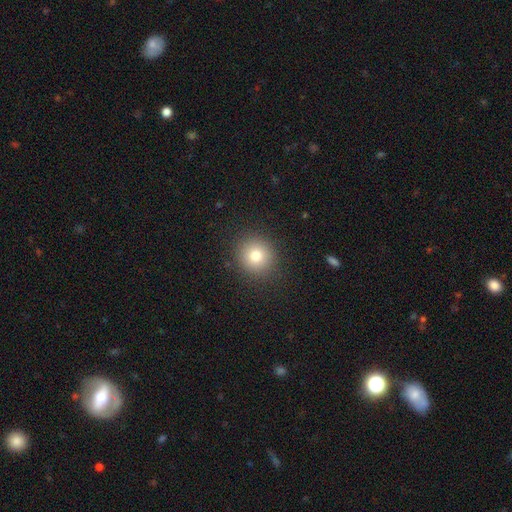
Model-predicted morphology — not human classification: A smooth galaxy with no disk features (79%) that is round (90%). Merging: none (90%).